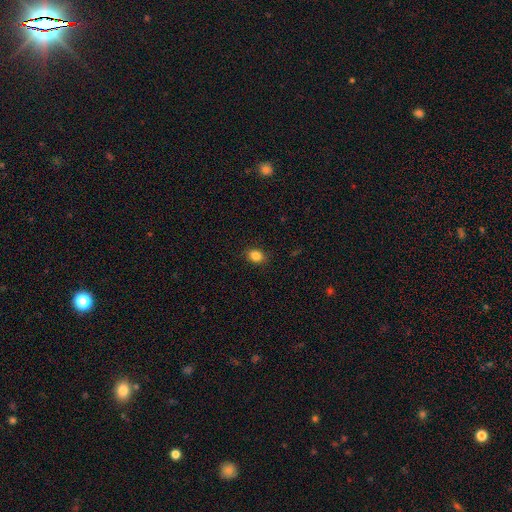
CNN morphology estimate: smooth-or-featured: smooth: 85% | star or artifact: 10% | featured or disk: 5%
  how-rounded: round: 50% | in between: 49% | cigar-shaped: 1%
  merging: none: 88% | minor disturbance: 8% | major disturbance: 2% | merger: 1%